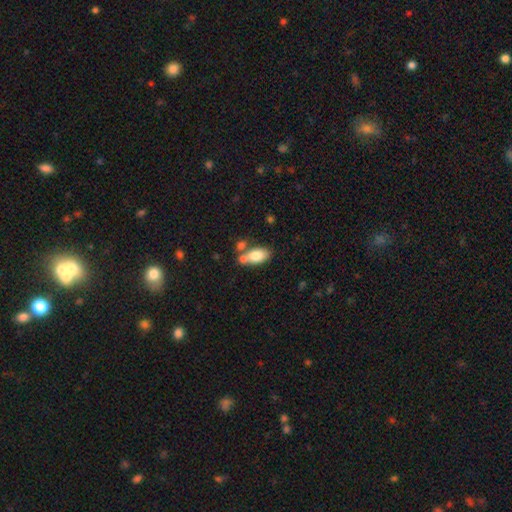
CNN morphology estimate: Smooth or featured: smooth — 78% (featured or disk — 14%)
How rounded: in between — 90% (round — 6%)
Merging: none — 50% (merger — 31%)